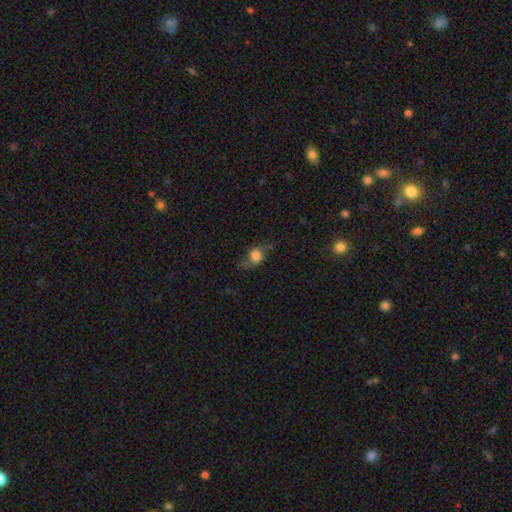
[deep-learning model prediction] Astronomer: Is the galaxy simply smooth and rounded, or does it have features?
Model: smooth — 52% (runner-up: featured or disk, 34%).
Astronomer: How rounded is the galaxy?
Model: round — 61%.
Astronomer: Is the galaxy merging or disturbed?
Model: none — 57%.